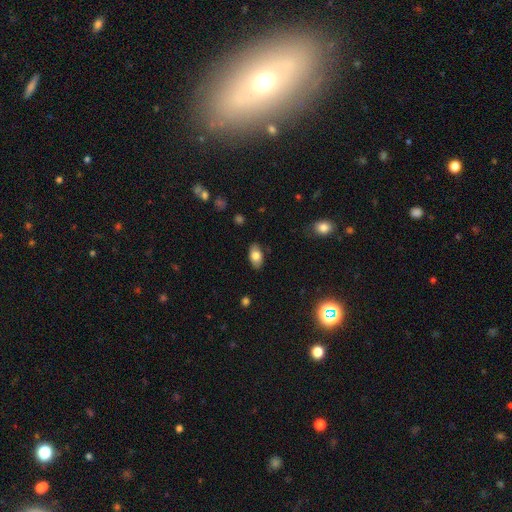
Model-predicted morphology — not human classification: smooth 77%, featured or disk 16%, star or artifact 8%. Down the decision tree: how rounded — in between (92%); merging — none (82%).